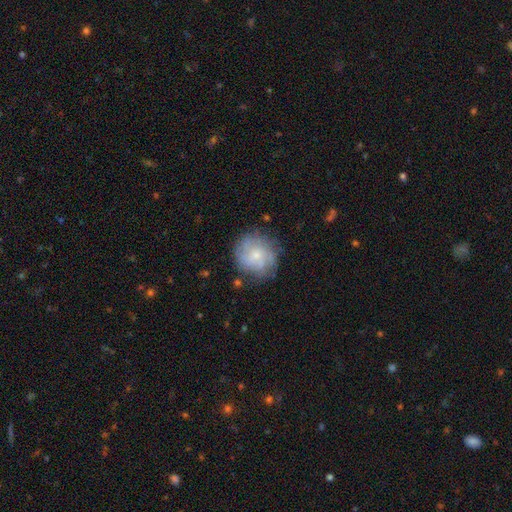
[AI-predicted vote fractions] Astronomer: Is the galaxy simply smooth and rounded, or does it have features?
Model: featured or disk — 54% (runner-up: smooth, 38%).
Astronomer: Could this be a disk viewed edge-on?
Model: no — 98%.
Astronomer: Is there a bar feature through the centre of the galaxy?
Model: no — 80%.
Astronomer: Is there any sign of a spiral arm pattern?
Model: yes — 80%.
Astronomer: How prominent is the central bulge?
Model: small — 72%.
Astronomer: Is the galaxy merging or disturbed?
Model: none — 73%.